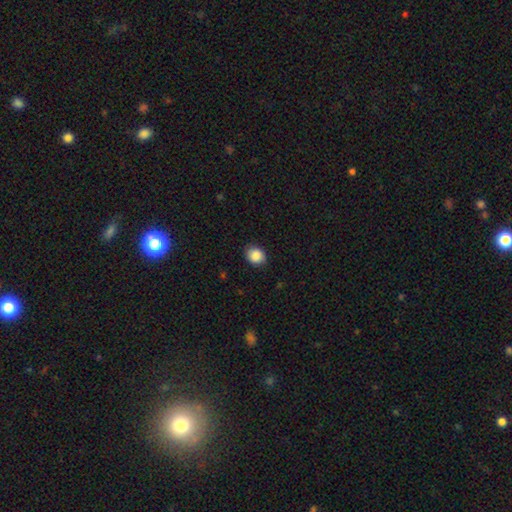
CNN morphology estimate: smooth 88%, star or artifact 8%, featured or disk 4%. Down the decision tree: how rounded — round (59%); merging — none (86%).